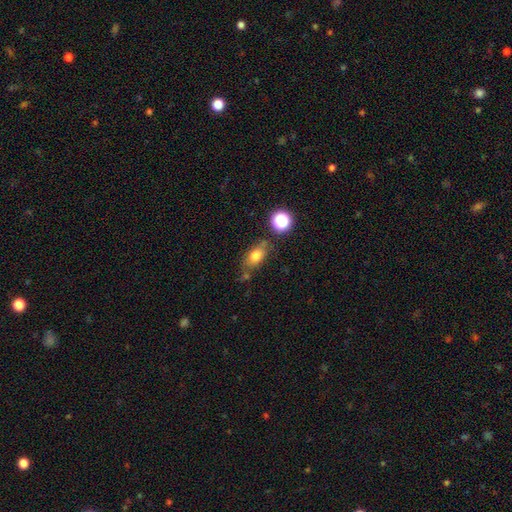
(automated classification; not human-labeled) Overall: smooth (76%). How rounded: in between (79%). Merging: none (62%).